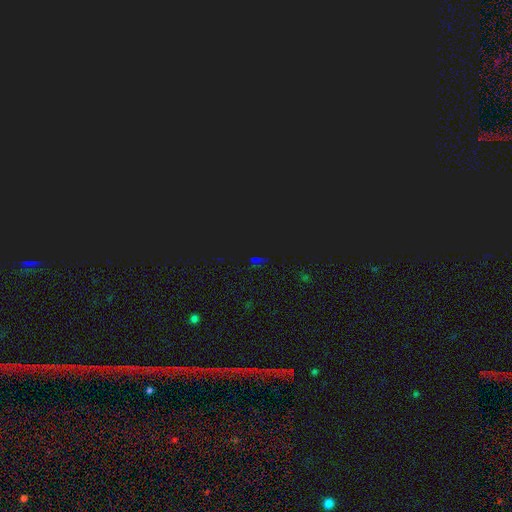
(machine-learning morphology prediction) This is likely a star or artifact rather than a galaxy (75%).